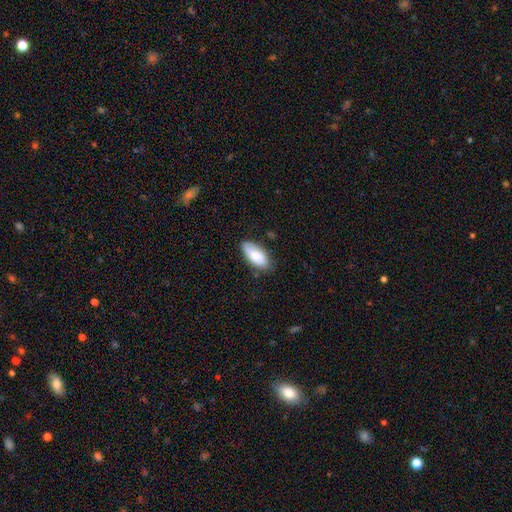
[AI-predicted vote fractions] Overall: smooth (79%). How rounded: in between (89%). Merging: none (75%).